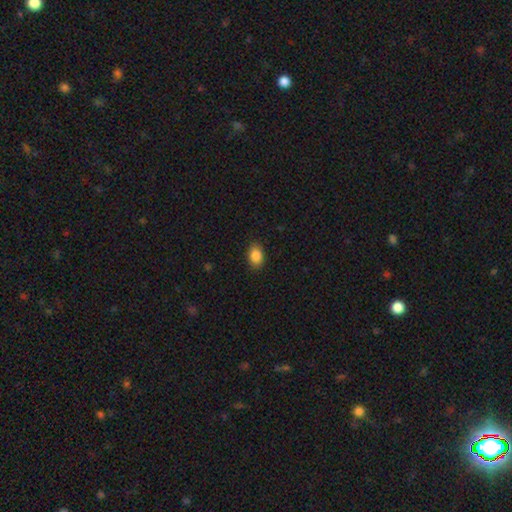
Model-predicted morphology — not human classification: Smooth or featured? smooth (87%)
How rounded? in between (81%)
Merging? none (88%)